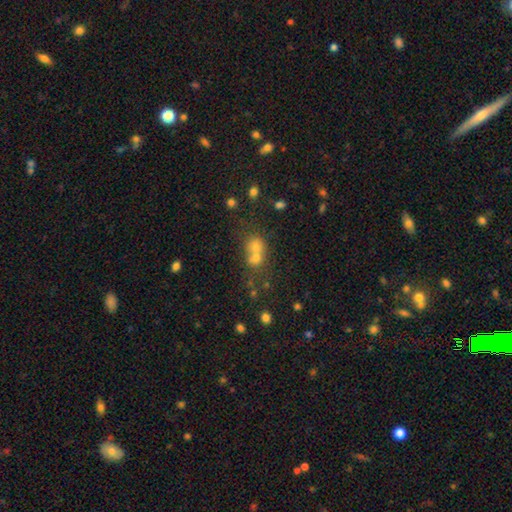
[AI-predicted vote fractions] A smooth galaxy with no disk features (60%) that is round (75%).

Vote fractions:
- Smooth or featured? smooth: 60% / star or artifact: 23% / featured or disk: 17%
- How rounded? round: 75% / in between: 24% / cigar-shaped: 1%
- Merging? merger: 58% / none: 32% / minor disturbance: 6% / major disturbance: 4%